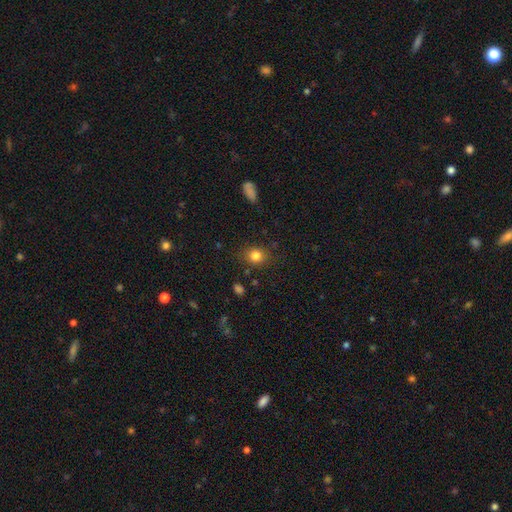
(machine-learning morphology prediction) smooth 83%, star or artifact 11%, featured or disk 6%. Down the decision tree: how rounded — round (67%); merging — none (82%).